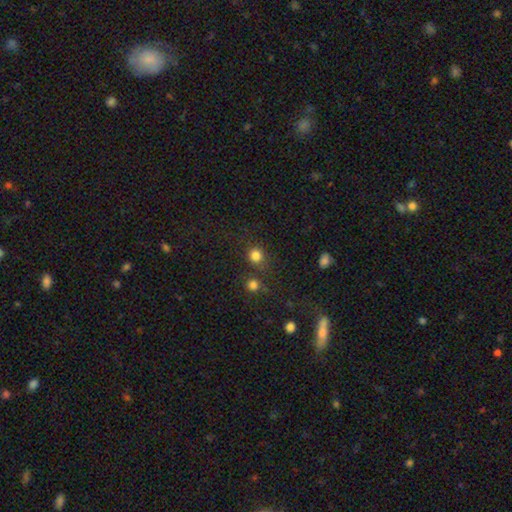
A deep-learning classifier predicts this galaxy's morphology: type=smooth (80%); roundness=round (87%); merging=none (75%).